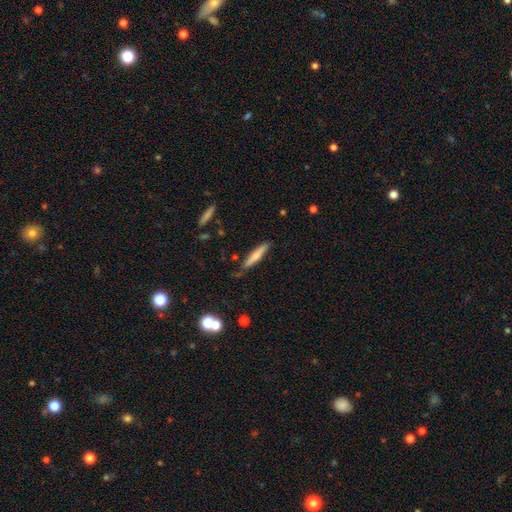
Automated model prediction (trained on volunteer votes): This is likely a smooth galaxy (64%). How rounded: clearly cigar-shaped (91%). Merging: likely none (78%).